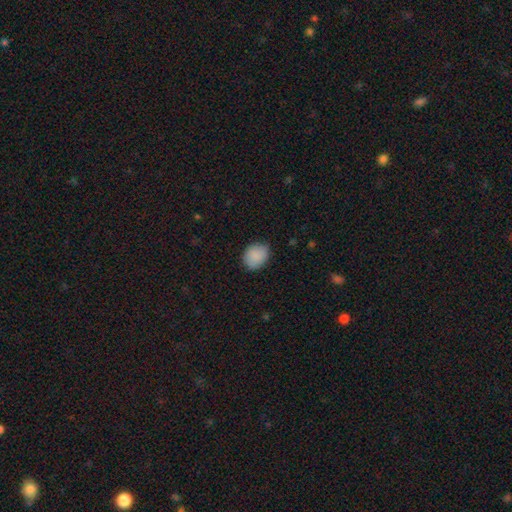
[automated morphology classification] Smooth or featured? smooth (89%)
How rounded? in between (53%)
Merging? none (80%)